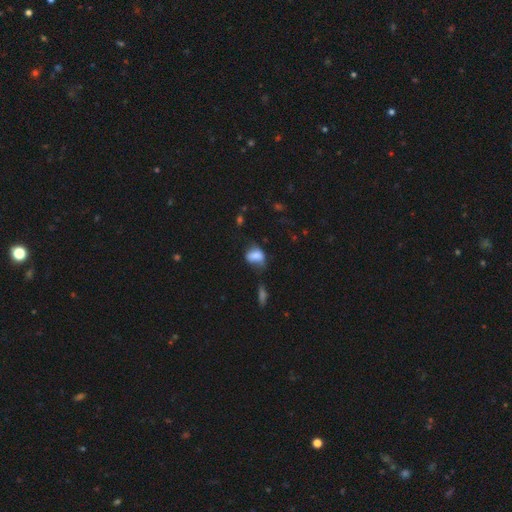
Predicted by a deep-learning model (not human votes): Smooth or featured: smooth — 71% (featured or disk — 18%)
How rounded: in between — 72% (round — 26%)
Merging: none — 34% (minor disturbance — 33%)